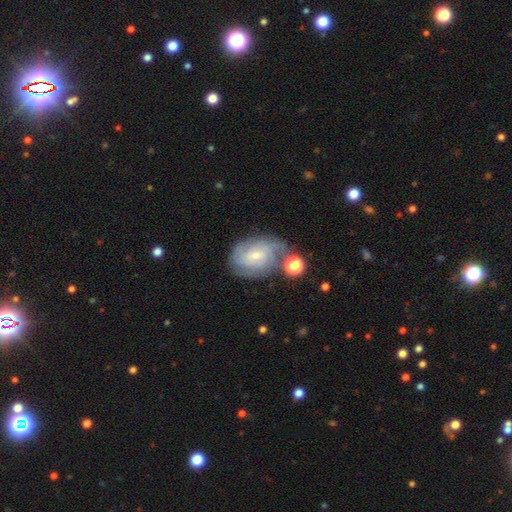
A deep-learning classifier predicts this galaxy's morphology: The model was most divided on "spiral arm count": can't tell: 39%, 2: 23%, 3: 19%, 4: 10%, 1: 5%, more than 4: 4%. More confident: edge-on disk — no (97%); spiral arms — yes (90%); smooth or featured — featured or disk (73%); bulge size — small (72%); bar — no (60%); spiral winding — tight (54%); merging — none (52%).